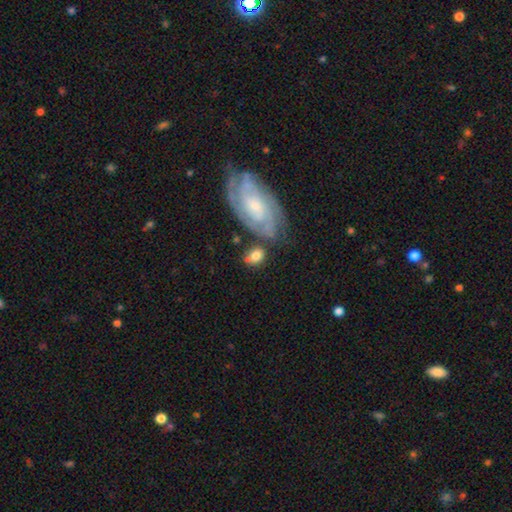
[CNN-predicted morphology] A smooth galaxy with no disk features (65%) that is in between round and cigar-shaped (66%). Merging: none (56%).